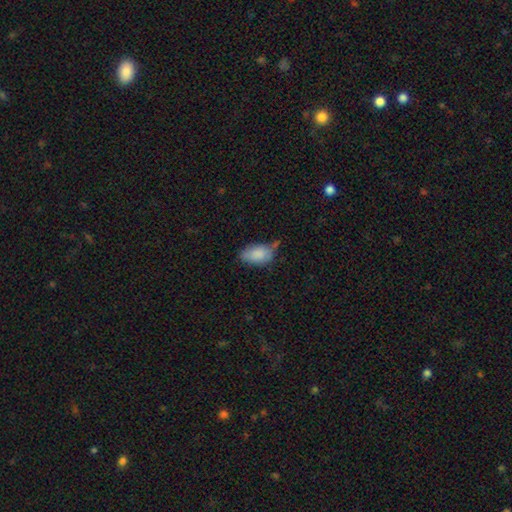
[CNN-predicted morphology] smooth 84%, featured or disk 9%, star or artifact 7%. Down the decision tree: how rounded — in between (92%); merging — none (50%).